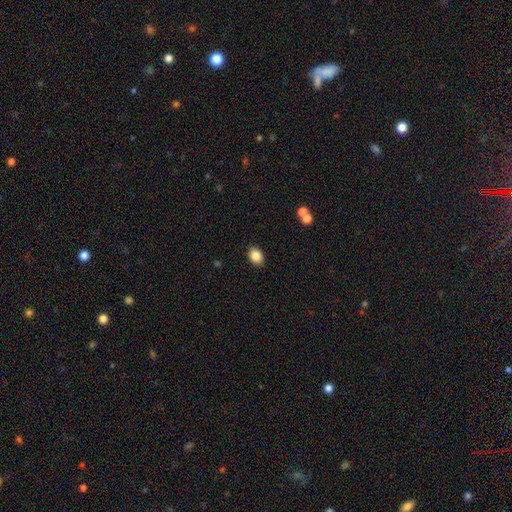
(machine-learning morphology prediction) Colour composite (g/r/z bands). It shows a smooth galaxy with no disk features (85%) that is in between round and cigar-shaped (73%). Merging: none (88%).